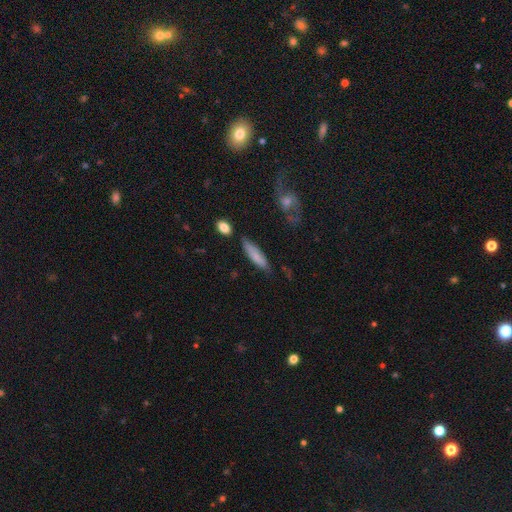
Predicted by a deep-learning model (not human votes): This appears to be a smooth galaxy with no disk features (76%) that is cigar-shaped (68%). Merging: none (72%).